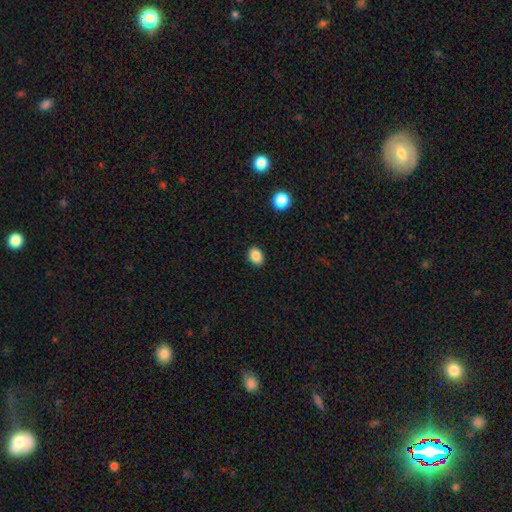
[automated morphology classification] The model was most divided on "how rounded": in between: 63%, round: 36%, cigar-shaped: 1%. More confident: merging — none (89%); smooth or featured — smooth (87%).